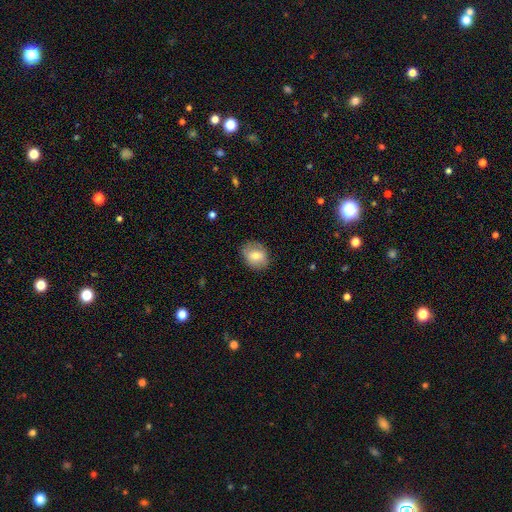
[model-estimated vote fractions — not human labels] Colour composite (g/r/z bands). It shows a smooth galaxy with no disk features (67%) that is round (52%). Merging: none (80%).